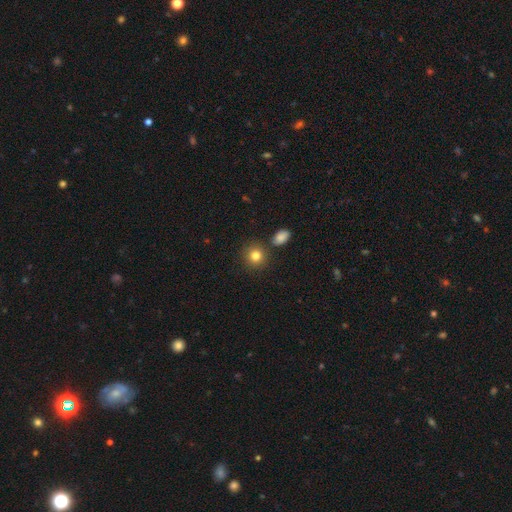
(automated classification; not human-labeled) Q: Smooth or featured?
A: smooth (82%); runner-up: star or artifact (11%)
Q: How rounded?
A: round (87%); runner-up: in between (12%)
Q: Merging?
A: none (82%); runner-up: minor disturbance (9%)